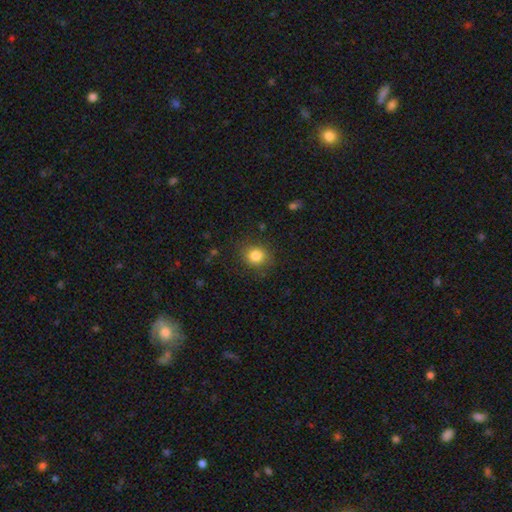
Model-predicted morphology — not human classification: Smooth or featured? Predicted: smooth (p=0.83). How rounded? Predicted: round (p=0.79). Merging? Predicted: none (p=0.86).